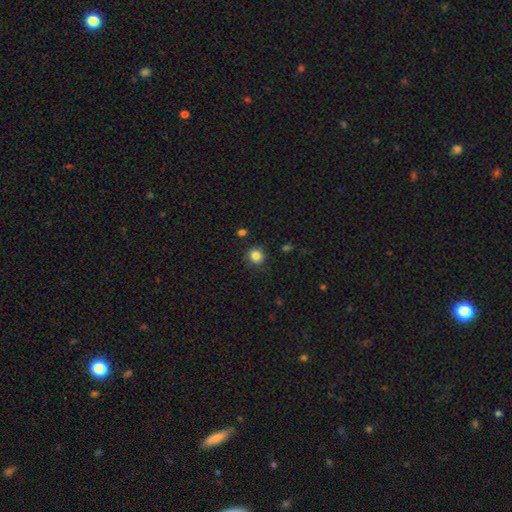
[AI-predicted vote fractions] The model was most divided on "smooth or featured": smooth: 85%, star or artifact: 11%, featured or disk: 4%. More confident: how rounded — round (93%); merging — none (88%).